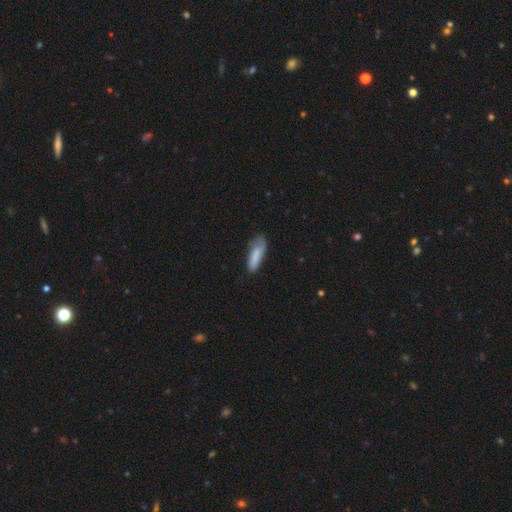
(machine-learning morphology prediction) Q: Smooth or featured?
A: smooth (81%); runner-up: featured or disk (12%)
Q: How rounded?
A: in between (50%); runner-up: cigar-shaped (48%)
Q: Merging?
A: none (58%); runner-up: minor disturbance (31%)